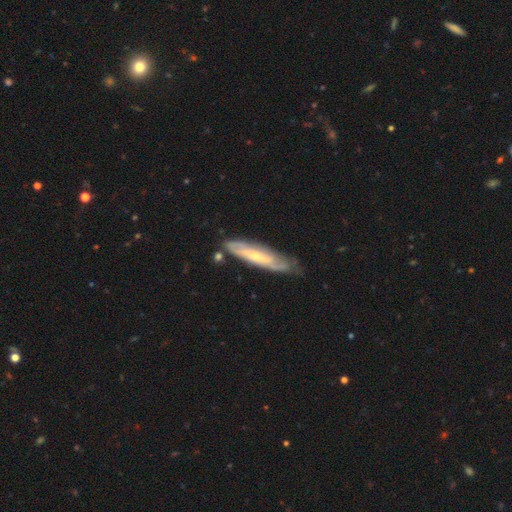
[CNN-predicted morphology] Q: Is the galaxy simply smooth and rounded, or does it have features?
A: featured or disk — 66%.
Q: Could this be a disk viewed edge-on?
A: no — 54%.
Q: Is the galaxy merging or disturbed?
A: none — 68%.